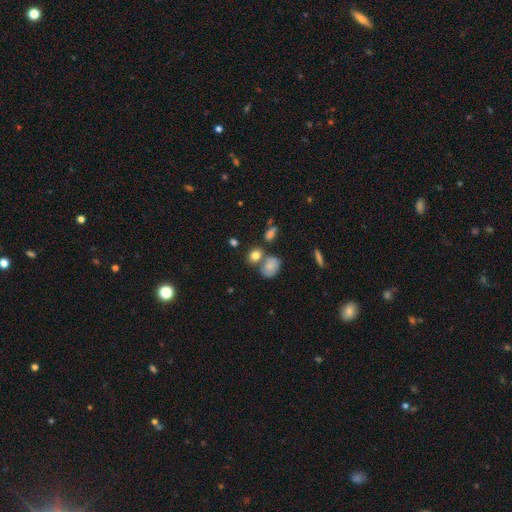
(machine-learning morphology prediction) Smooth or featured: smooth — 79% (star or artifact — 11%)
How rounded: round — 50% (in between — 48%)
Merging: none — 56% (merger — 28%)